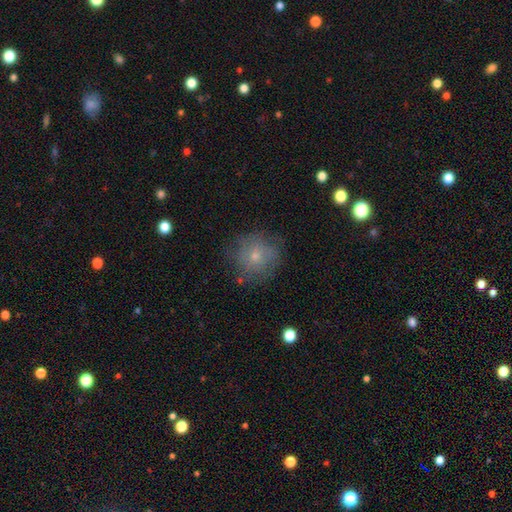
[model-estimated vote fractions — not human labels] Smooth or featured: smooth — 62% (featured or disk — 27%)
How rounded: round — 88% (in between — 11%)
Merging: none — 71% (minor disturbance — 19%)